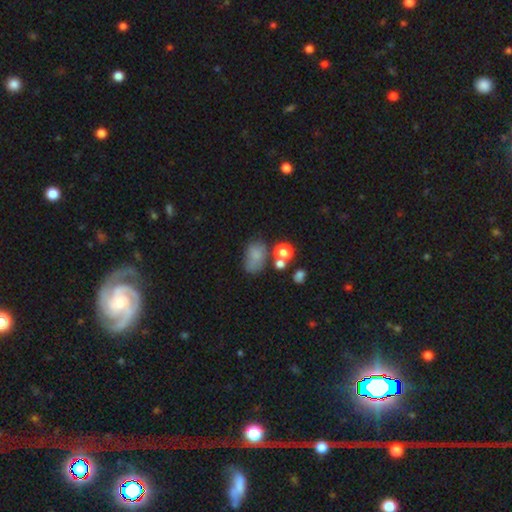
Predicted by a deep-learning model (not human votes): Overall: smooth (72%). How rounded: in between (78%). Merging: none (44%; minor disturbance 25%).